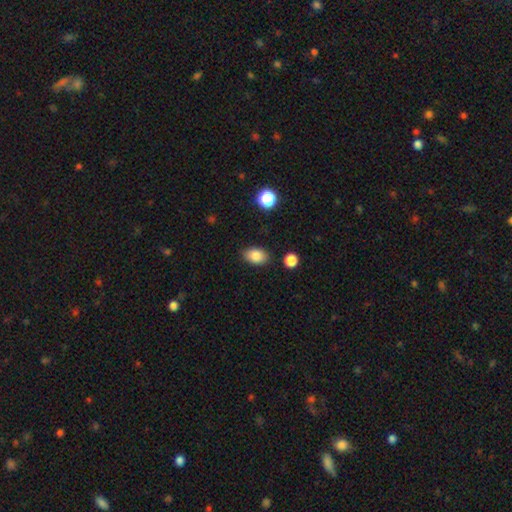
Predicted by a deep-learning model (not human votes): Smooth or featured? smooth (85%)
How rounded? in between (84%)
Merging? none (84%)